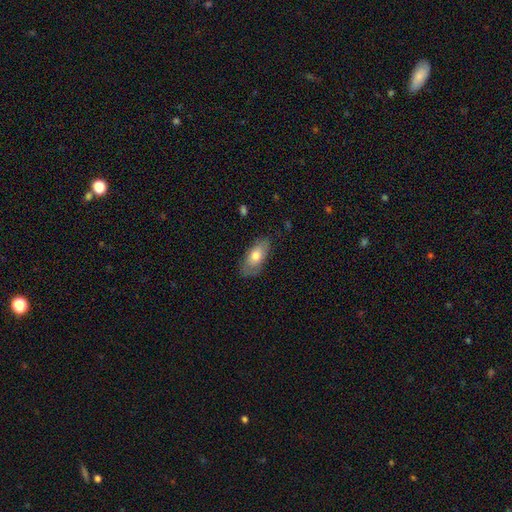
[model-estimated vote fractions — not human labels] A smooth galaxy with no disk features (70%) that is in between round and cigar-shaped (88%).

Vote fractions:
- Smooth or featured? smooth: 70% / featured or disk: 24% / star or artifact: 6%
- How rounded? in between: 88% / cigar-shaped: 9% / round: 4%
- Merging? none: 74% / minor disturbance: 20% / major disturbance: 5% / merger: 1%